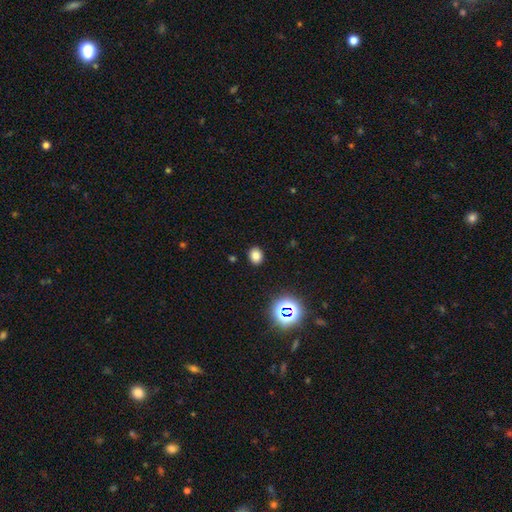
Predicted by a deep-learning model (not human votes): This is likely a smooth galaxy (78%). How rounded: possibly round (50%). Merging: clearly none (89%).